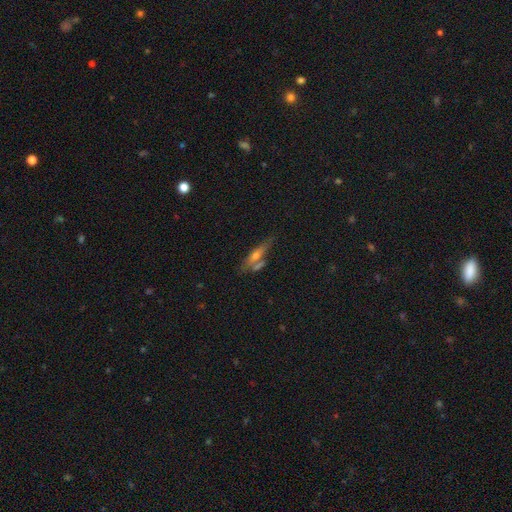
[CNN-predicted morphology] type=featured or disk (53%); edge-on=yes (81%); merging=none (61%).